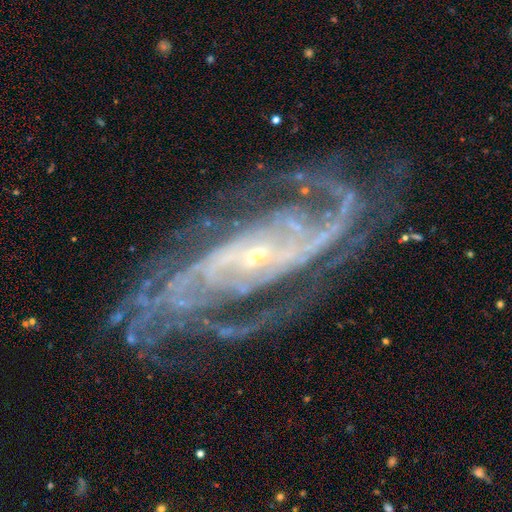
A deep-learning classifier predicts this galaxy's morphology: Overall: featured or disk (91%). Edge-on disk: no (94%). Bar: no (48%; weak 29%). Spiral arms: yes (98%). Spiral arm count: 2 (31%; 3 18%). Spiral winding: tight (49%; medium 40%). Bulge size: small (82%). Merging: none (75%).